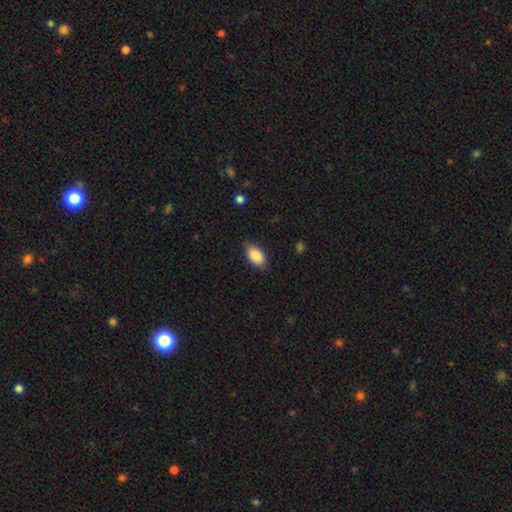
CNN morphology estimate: A smooth galaxy with no disk features (87%) that is in between round and cigar-shaped (93%). Merging: none (78%).